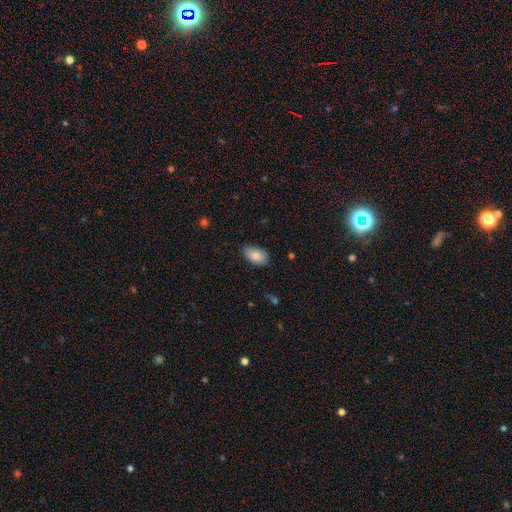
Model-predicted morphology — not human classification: A smooth galaxy with no disk features (84%) that is in between round and cigar-shaped (93%). Merging: none (78%).